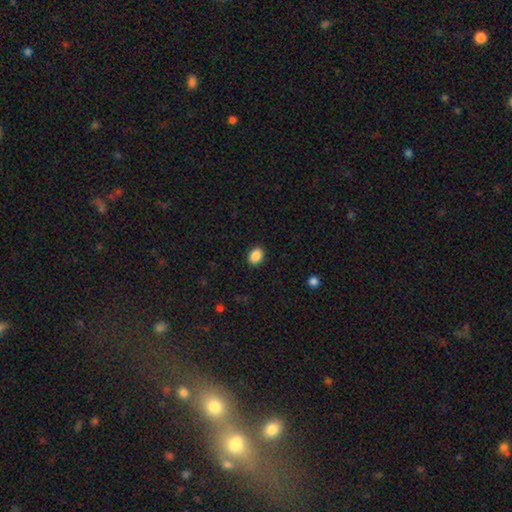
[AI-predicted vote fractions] This appears to be a smooth galaxy with no disk features (88%) that is in between round and cigar-shaped (67%). Merging: none (90%).